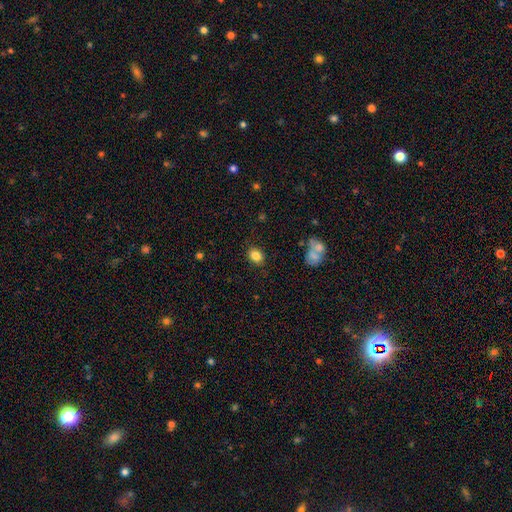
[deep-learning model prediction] Smooth or featured?
  - smooth: 84% *
  - star or artifact: 10%
  - featured or disk: 6%
How rounded?
  - in between: 58% *
  - round: 41%
  - cigar-shaped: 1%
Merging?
  - none: 85% *
  - minor disturbance: 11%
  - major disturbance: 3%
  - merger: 2%